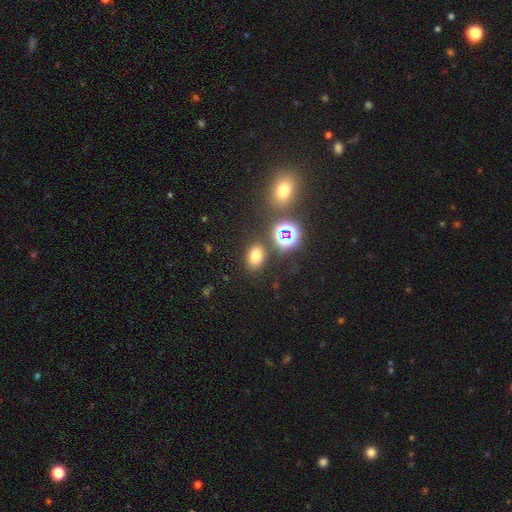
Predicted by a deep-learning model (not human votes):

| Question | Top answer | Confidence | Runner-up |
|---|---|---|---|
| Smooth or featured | smooth | 70% | star or artifact (22%) |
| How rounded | in between | 75% | round (24%) |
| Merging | none | 81% | minor disturbance (9%) |